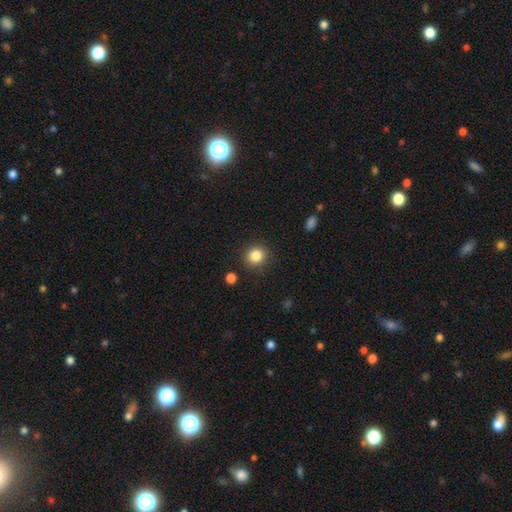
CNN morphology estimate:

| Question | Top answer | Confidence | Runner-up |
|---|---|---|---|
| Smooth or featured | smooth | 84% | star or artifact (11%) |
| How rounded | round | 87% | in between (12%) |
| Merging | none | 88% | minor disturbance (8%) |